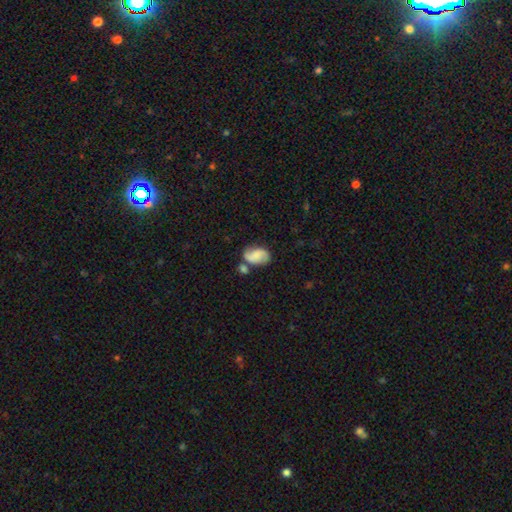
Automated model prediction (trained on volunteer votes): Smooth or featured? Predicted: featured or disk (p=0.52). Edge-on disk? Predicted: no (p=0.97). Bar? Predicted: no (p=0.56). Spiral arms? Predicted: yes (p=0.90). Bulge size? Predicted: none (p=0.44). Merging? Predicted: none (p=0.54).